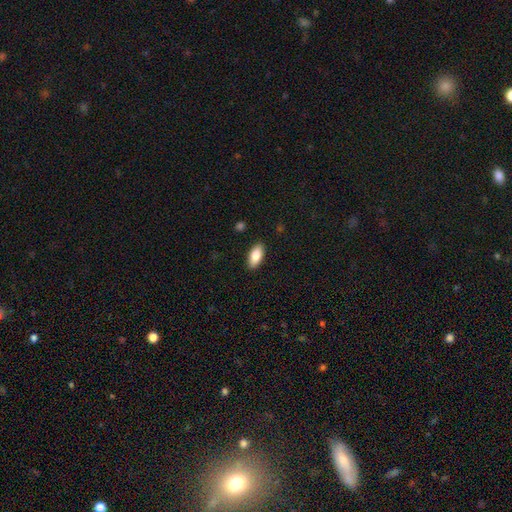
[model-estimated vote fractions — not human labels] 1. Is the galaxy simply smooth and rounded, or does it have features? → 85% smooth, 9% featured or disk, 6% star or artifact.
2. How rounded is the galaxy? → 90% in between, 8% cigar-shaped, 2% round.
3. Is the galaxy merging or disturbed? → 89% none, 8% minor disturbance, 2% major disturbance, 1% merger.